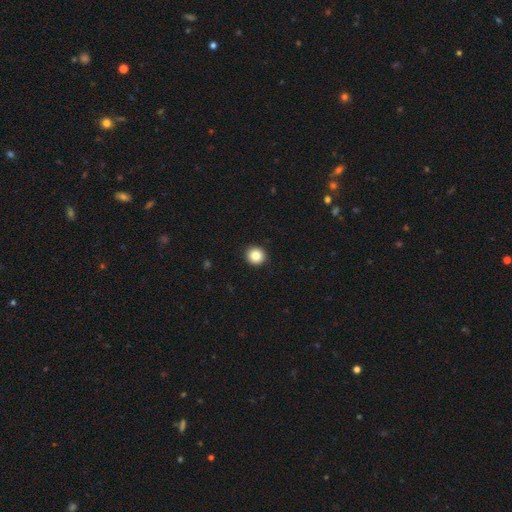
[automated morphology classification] Smooth or featured? Predicted: smooth (p=0.85). How rounded? Predicted: round (p=0.94). Merging? Predicted: none (p=0.93).